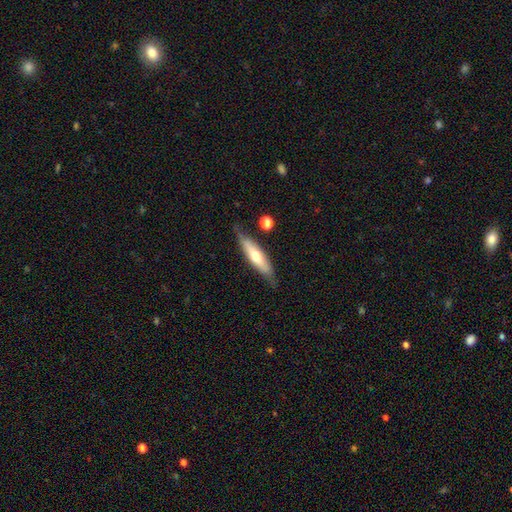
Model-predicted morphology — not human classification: This appears to be a smooth galaxy with no disk features (49%). Merging: none (71%).